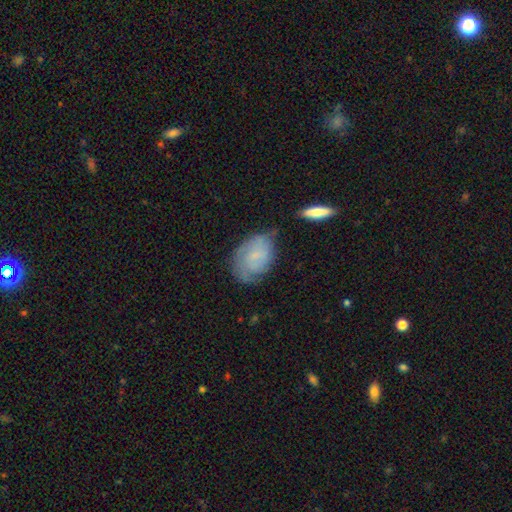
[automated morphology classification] Overall: featured or disk (51%; smooth 41%). Edge-on disk: no (96%). Merging: none (57%; minor disturbance 28%).